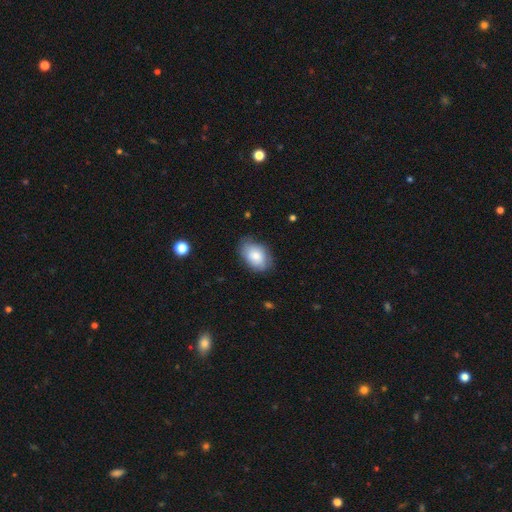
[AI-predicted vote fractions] Smooth or featured?
  - smooth: 79% *
  - featured or disk: 14%
  - star or artifact: 7%
How rounded?
  - in between: 86% *
  - round: 13%
  - cigar-shaped: 1%
Merging?
  - none: 74% *
  - minor disturbance: 20%
  - major disturbance: 5%
  - merger: 1%